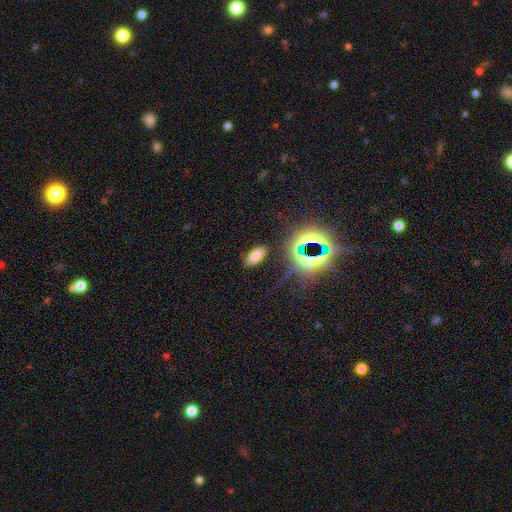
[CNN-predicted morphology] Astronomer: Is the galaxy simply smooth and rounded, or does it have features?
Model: smooth — 69%.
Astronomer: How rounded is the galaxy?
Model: in between — 90%.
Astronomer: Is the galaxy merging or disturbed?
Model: none — 84%.